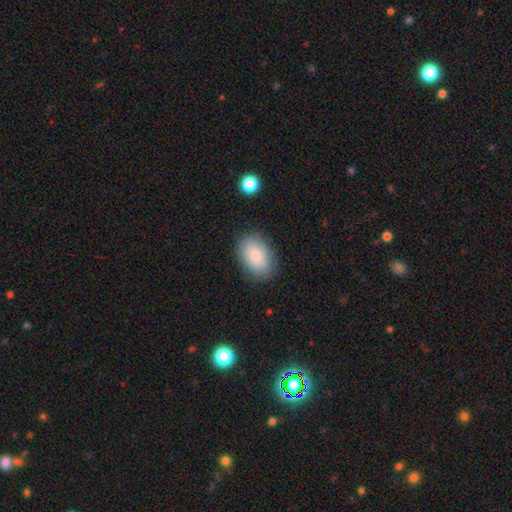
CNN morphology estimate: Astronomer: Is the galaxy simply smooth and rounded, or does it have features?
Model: smooth — 85%.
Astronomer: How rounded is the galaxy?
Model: in between — 87%.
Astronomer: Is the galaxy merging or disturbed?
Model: none — 84%.